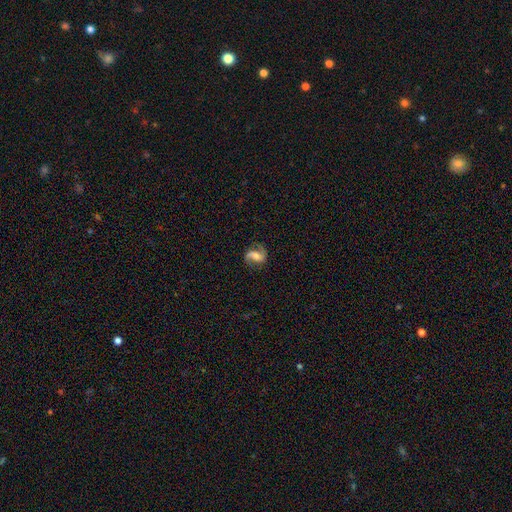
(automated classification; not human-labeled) Smooth or featured: featured or disk — 81% (smooth — 13%)
Edge-on disk: no — 97% (yes — 3%)
Bar: weak — 40% (no — 31%)
Spiral arms: yes — 96% (no — 4%)
Spiral winding: medium — 43% (tied with loose — 43%)
Spiral arm count: 2 — 91% (1 — 4%)
Bulge size: moderate — 55% (small — 31%)
Merging: none — 78% (minor disturbance — 14%)